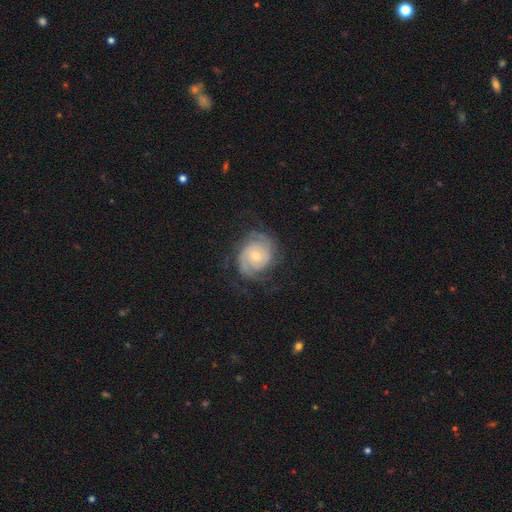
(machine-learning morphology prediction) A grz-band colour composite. It shows a featured or disk galaxy (81%) with no bar (72%), 2 (46%) tight (63%) spiral arms (94%) and a small central bulge (49%). Merging: none (69%).